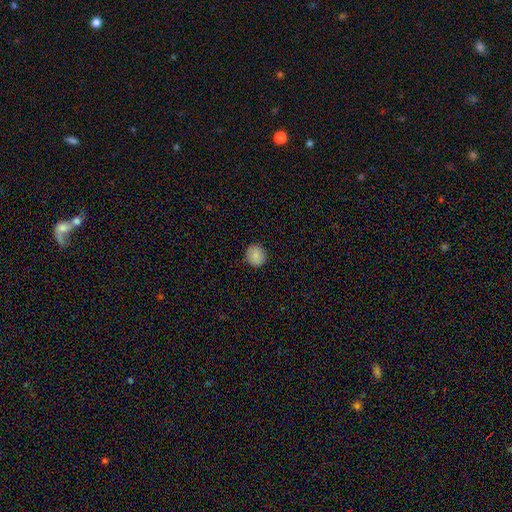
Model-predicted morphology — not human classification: Smooth or featured? smooth (86%)
How rounded? round (85%)
Merging? none (90%)